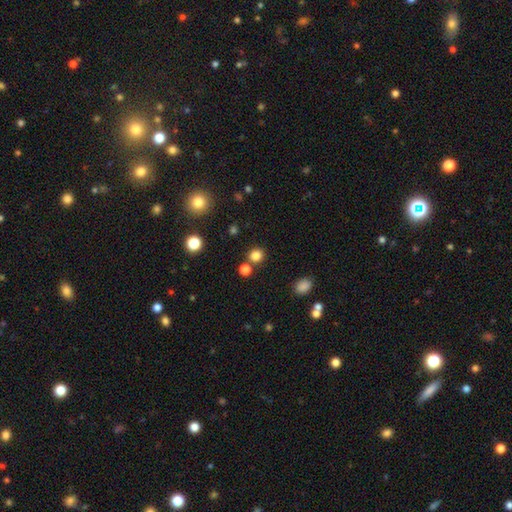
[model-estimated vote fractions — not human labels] Smooth or featured? smooth (82%)
How rounded? round (87%)
Merging? none (79%)